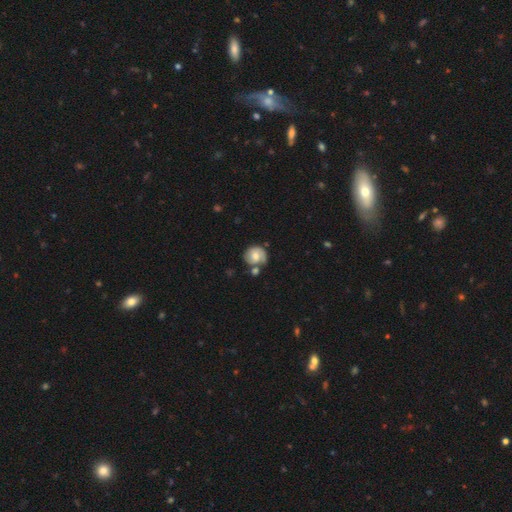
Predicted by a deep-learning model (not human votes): Morphology: type=smooth (53%); roundness=round (79%); merging=none (54%).